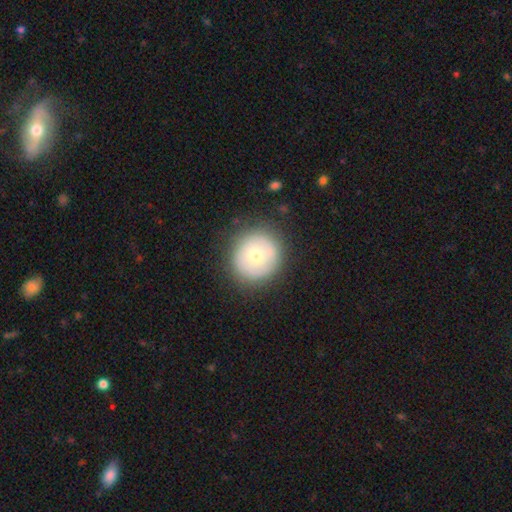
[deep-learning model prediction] smooth-or-featured: smooth: 58% | featured or disk: 35% | star or artifact: 7%
  how-rounded: round: 92% | in between: 7% | cigar-shaped: 1%
  merging: none: 82% | minor disturbance: 12% | major disturbance: 4% | merger: 1%